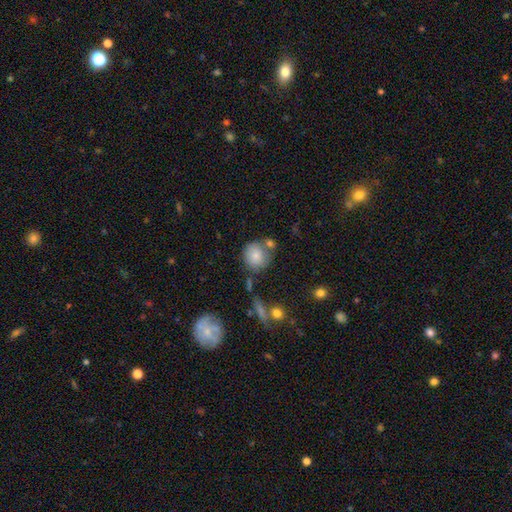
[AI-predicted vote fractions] A smooth galaxy with no disk features (81%) that is round (85%). Merging: none (62%).